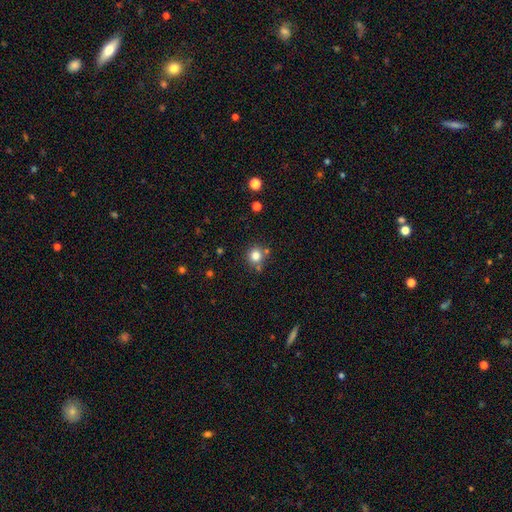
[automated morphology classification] Smooth or featured? smooth (80%)
How rounded? round (90%)
Merging? none (75%)